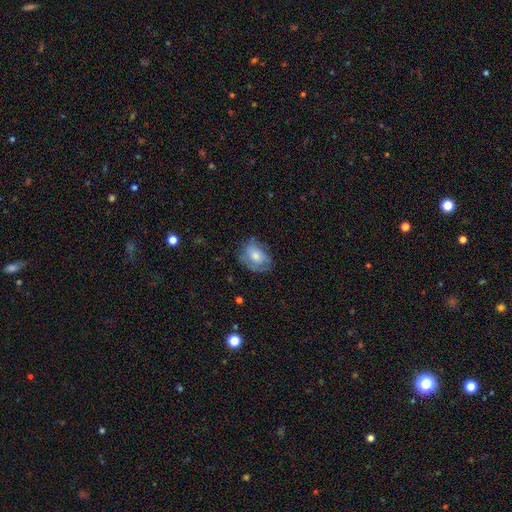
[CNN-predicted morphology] Overall: smooth (60%; featured or disk 32%). How rounded: in between (69%; round 30%). Merging: none (59%; minor disturbance 27%).